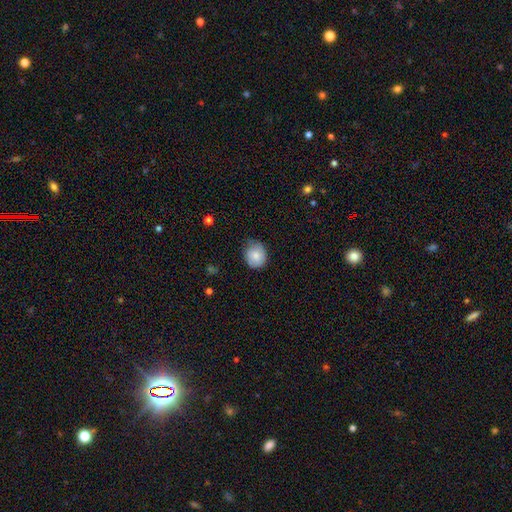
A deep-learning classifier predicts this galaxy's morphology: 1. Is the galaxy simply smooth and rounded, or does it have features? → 79% smooth, 13% featured or disk, 8% star or artifact.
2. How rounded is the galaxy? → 73% round, 26% in between, 1% cigar-shaped.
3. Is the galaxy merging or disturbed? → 61% none, 32% minor disturbance, 6% major disturbance, 1% merger.